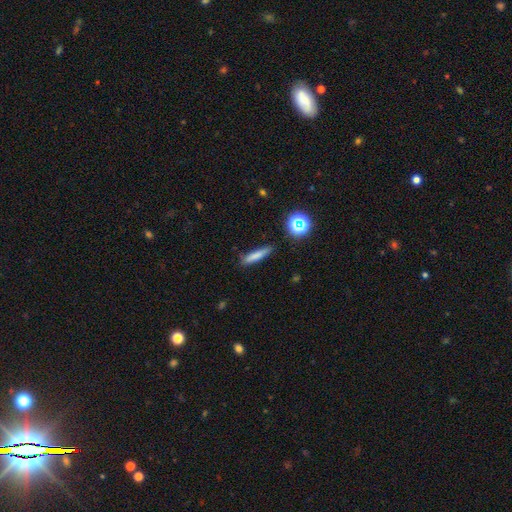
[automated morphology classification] Smooth or featured? smooth (75%)
How rounded? cigar-shaped (84%)
Merging? none (83%)